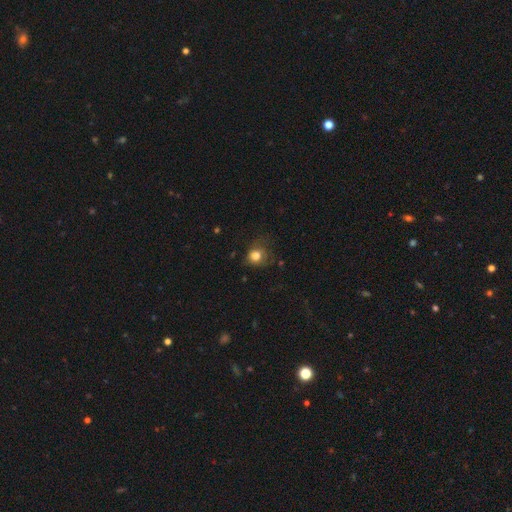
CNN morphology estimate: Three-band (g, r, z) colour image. It shows a smooth galaxy with no disk features (79%) that is round (72%). Merging: none (56%).